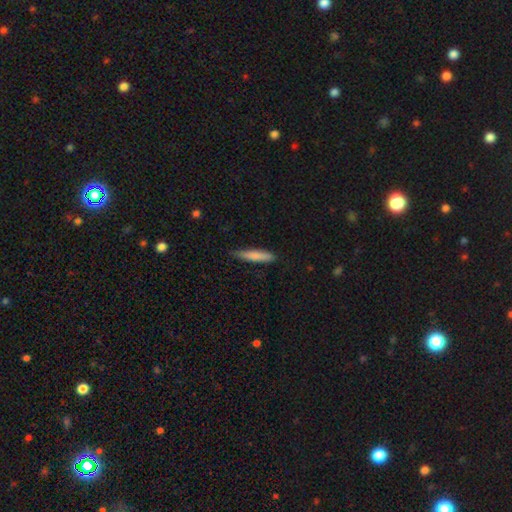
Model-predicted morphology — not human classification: This appears to be a smooth galaxy with no disk features (80%) that is cigar-shaped (88%). Merging: none (79%).